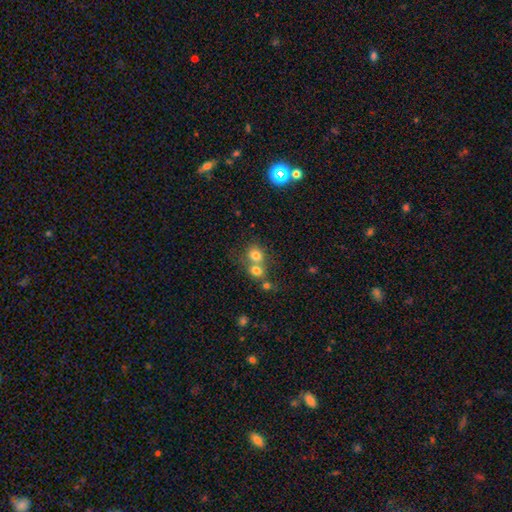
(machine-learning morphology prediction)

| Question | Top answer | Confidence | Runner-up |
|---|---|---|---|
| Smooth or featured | smooth | 74% | star or artifact (13%) |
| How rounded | round | 72% | in between (27%) |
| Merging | merger | 56% | none (34%) |